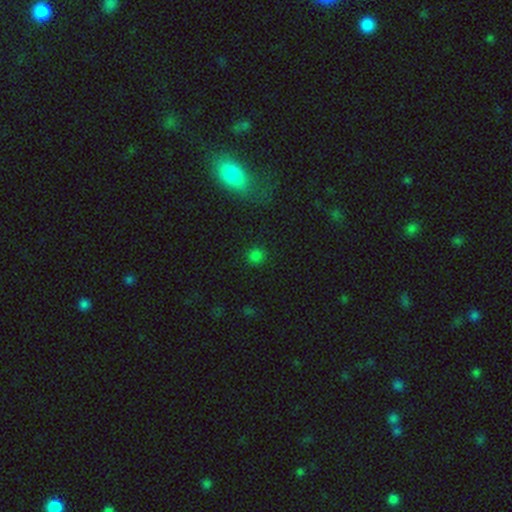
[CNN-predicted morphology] type=smooth (78%); roundness=round (92%); merging=none (89%).